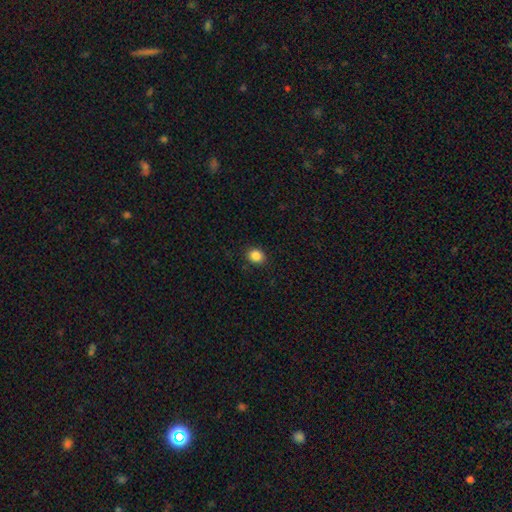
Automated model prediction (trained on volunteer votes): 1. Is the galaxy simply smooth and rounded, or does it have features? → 86% smooth, 10% star or artifact, 4% featured or disk.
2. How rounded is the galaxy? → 63% round, 36% in between, 1% cigar-shaped.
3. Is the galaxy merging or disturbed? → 90% none, 7% minor disturbance, 2% major disturbance, 1% merger.